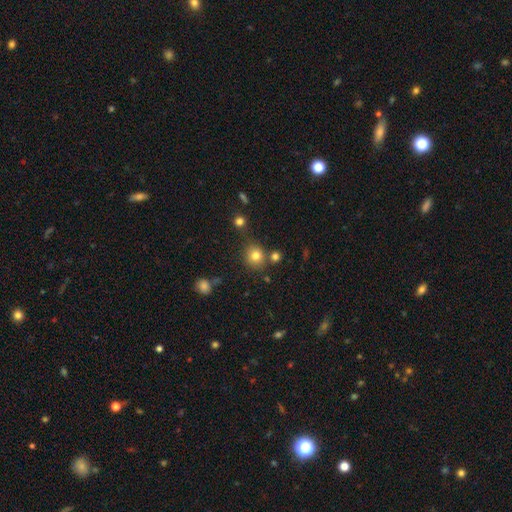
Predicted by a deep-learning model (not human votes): This is likely a smooth galaxy (78%). How rounded: clearly round (88%). Merging: likely none (76%).